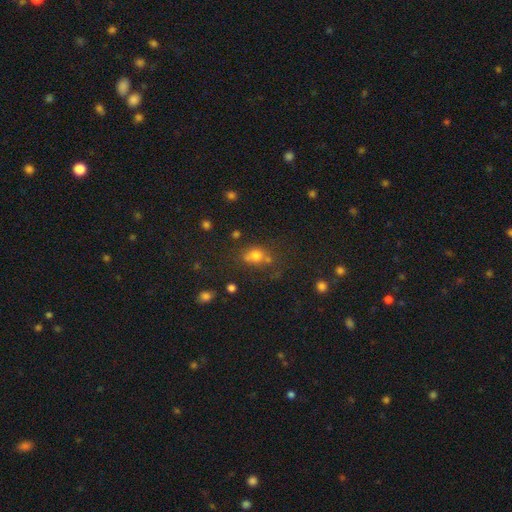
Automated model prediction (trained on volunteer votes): Smooth or featured? Predicted: smooth (p=0.69). How rounded? Predicted: round (p=0.58). Merging? Predicted: none (p=0.48).